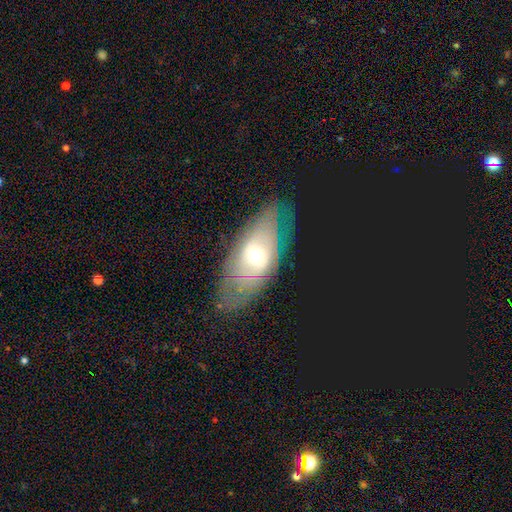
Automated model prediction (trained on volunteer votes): Smooth or featured: featured or disk — 58% (smooth — 32%)
Edge-on disk: no — 83% (yes — 17%)
Merging: none — 73% (minor disturbance — 18%)